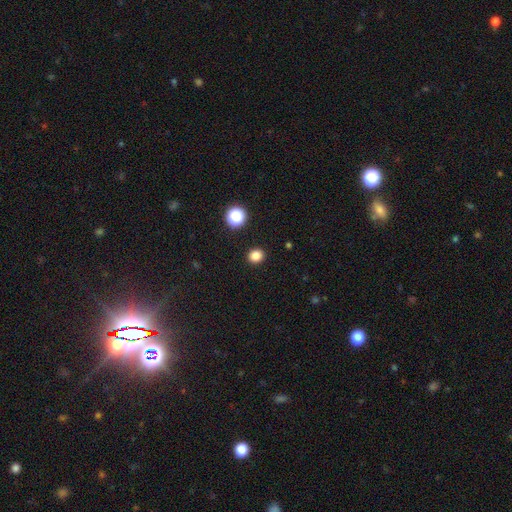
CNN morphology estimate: smooth-or-featured: smooth: 84% | star or artifact: 13% | featured or disk: 3%
  how-rounded: round: 79% | in between: 20% | cigar-shaped: 1%
  merging: none: 92% | minor disturbance: 5% | major disturbance: 2% | merger: 1%